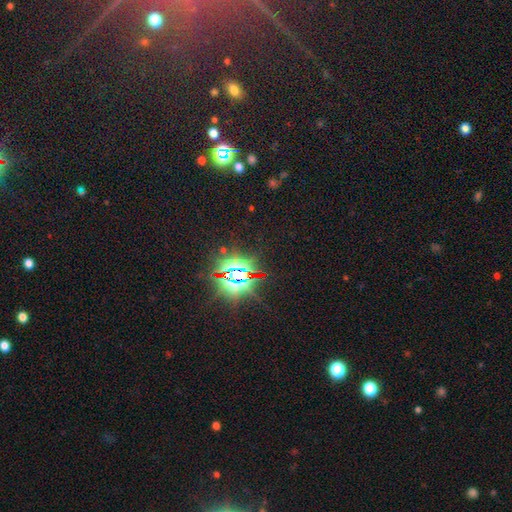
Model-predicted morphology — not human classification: Smooth or featured?
  - star or artifact: 85% *
  - smooth: 8%
  - featured or disk: 7%